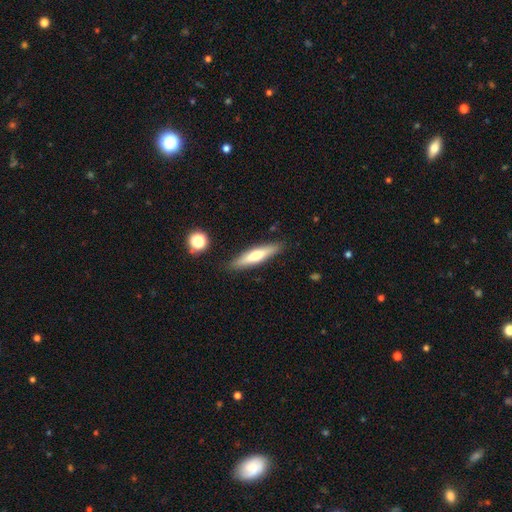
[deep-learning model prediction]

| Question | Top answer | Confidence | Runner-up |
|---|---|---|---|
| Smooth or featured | smooth | 54% | featured or disk (40%) |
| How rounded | cigar-shaped | 83% | in between (15%) |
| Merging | none | 87% | minor disturbance (9%) |